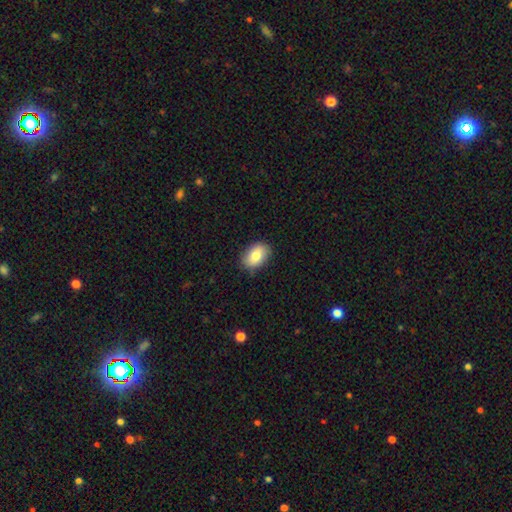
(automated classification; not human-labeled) Smooth or featured: smooth — 80% (featured or disk — 13%)
How rounded: in between — 85% (round — 14%)
Merging: none — 86% (minor disturbance — 10%)